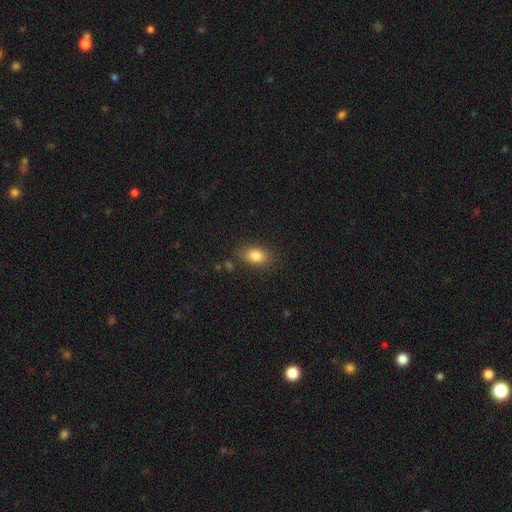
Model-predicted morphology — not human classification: smooth-or-featured: smooth: 84% | star or artifact: 9% | featured or disk: 7%
  how-rounded: in between: 84% | round: 13% | cigar-shaped: 3%
  merging: none: 82% | minor disturbance: 12% | major disturbance: 4% | merger: 2%